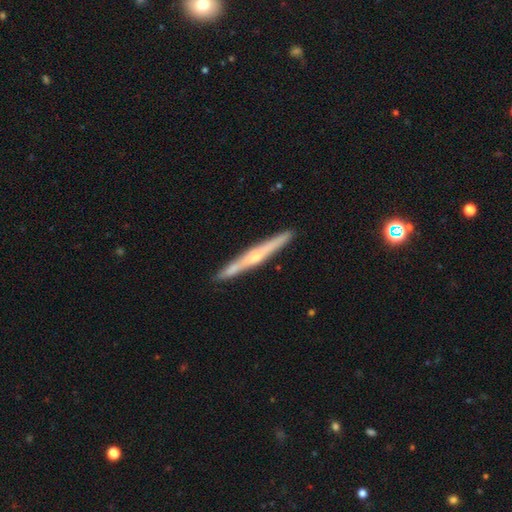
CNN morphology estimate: Overall: featured or disk (69%). Edge-on disk: yes (98%). Edge-on bulge: rounded (76%). Merging: none (90%).